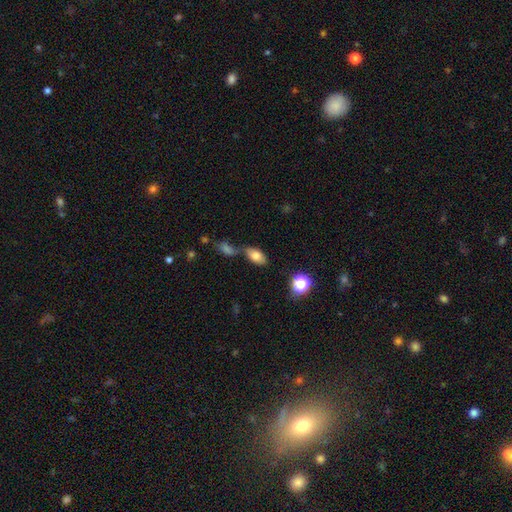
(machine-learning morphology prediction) A smooth galaxy with no disk features (78%) that is in between round and cigar-shaped (90%). Merging: none (52%).